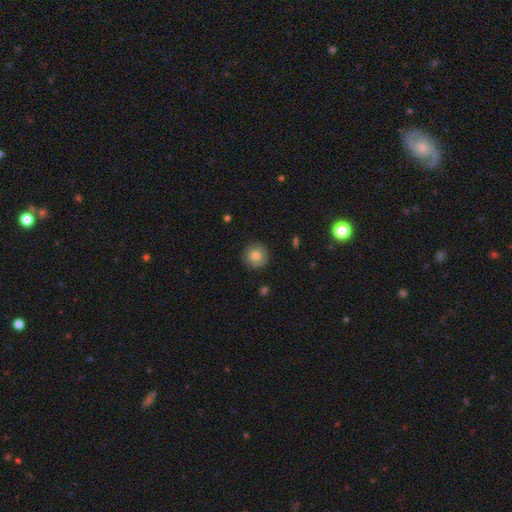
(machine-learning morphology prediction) This is likely a smooth galaxy (79%). How rounded: clearly round (96%). Merging: clearly none (90%).